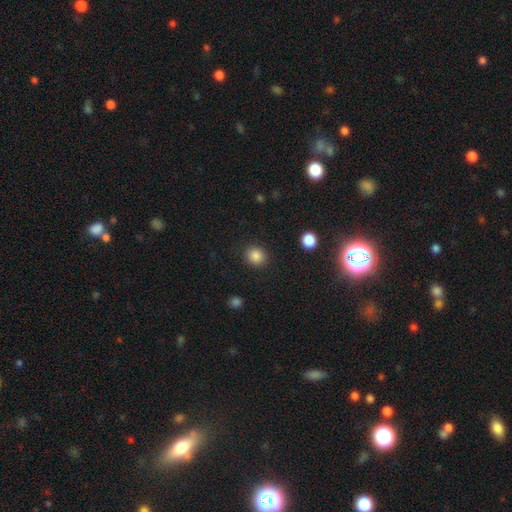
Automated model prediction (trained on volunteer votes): Q: Smooth or featured?
A: smooth (86%); runner-up: star or artifact (10%)
Q: How rounded?
A: round (79%); runner-up: in between (21%)
Q: Merging?
A: none (89%); runner-up: minor disturbance (7%)